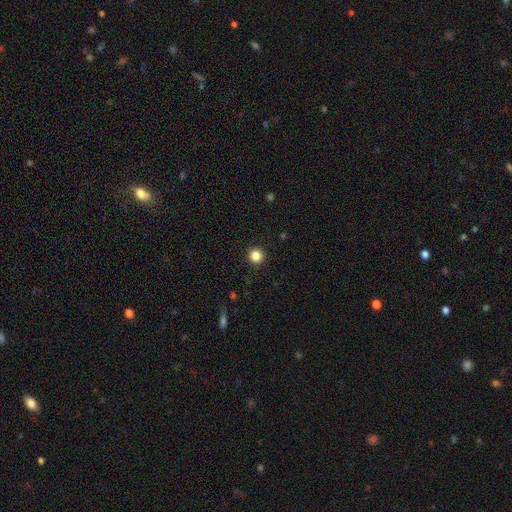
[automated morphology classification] smooth 85%, star or artifact 11%, featured or disk 4%. Down the decision tree: how rounded — round (95%); merging — none (93%).